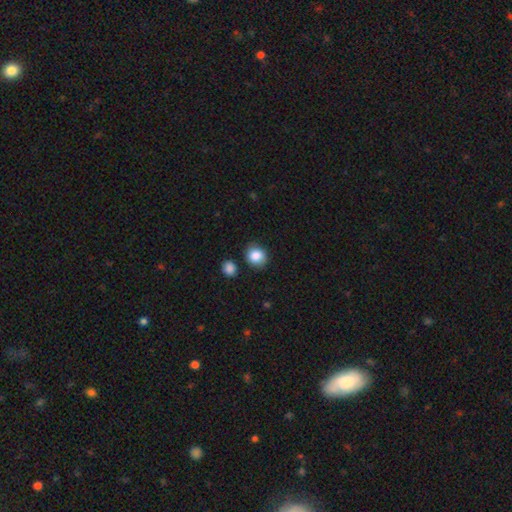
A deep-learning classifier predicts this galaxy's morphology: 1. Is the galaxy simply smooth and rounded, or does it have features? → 86% smooth, 9% star or artifact, 5% featured or disk.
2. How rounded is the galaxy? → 76% round, 23% in between, 1% cigar-shaped.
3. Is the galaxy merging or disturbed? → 82% none, 11% minor disturbance, 4% merger, 3% major disturbance.